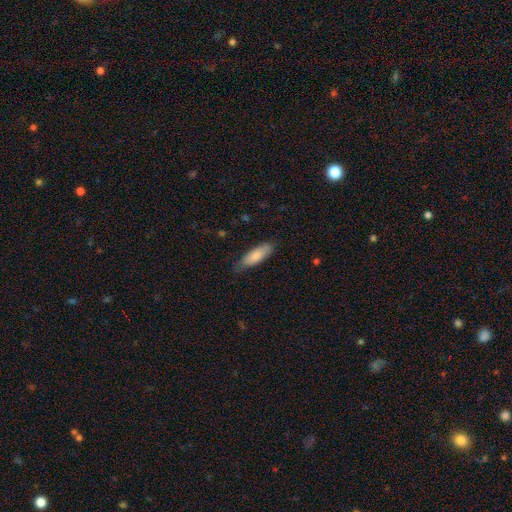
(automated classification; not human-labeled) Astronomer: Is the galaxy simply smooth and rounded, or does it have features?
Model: smooth — 80%.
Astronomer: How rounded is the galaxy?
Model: in between — 62%.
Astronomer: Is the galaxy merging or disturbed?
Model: none — 74%.